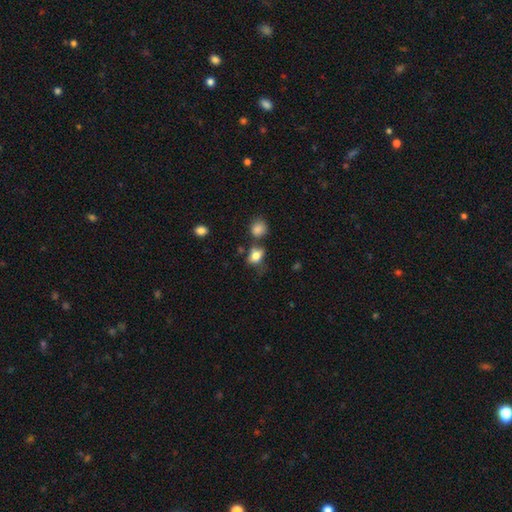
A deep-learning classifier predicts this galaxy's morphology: Smooth or featured: smooth — 79% (star or artifact — 11%)
How rounded: in between — 61% (round — 37%)
Merging: none — 46% (minor disturbance — 26%)